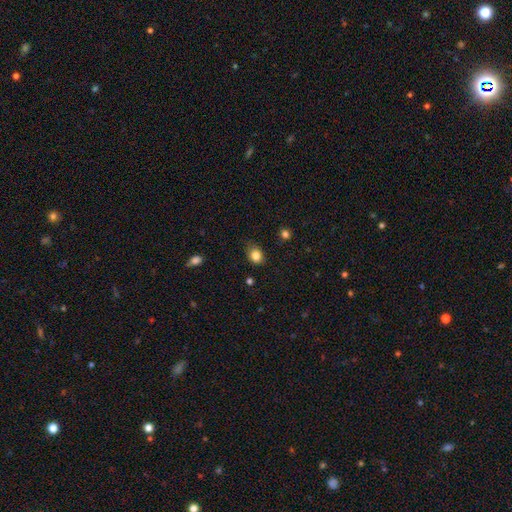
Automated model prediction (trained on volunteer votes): Smooth or featured: smooth — 83% (star or artifact — 11%)
How rounded: round — 52% (in between — 47%)
Merging: none — 73% (minor disturbance — 22%)